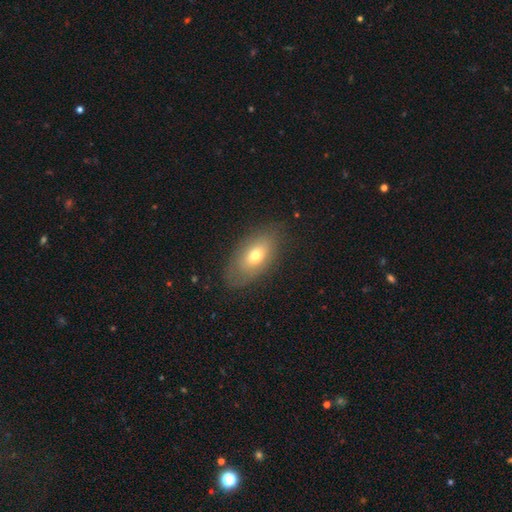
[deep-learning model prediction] smooth_or_featured: smooth (p=0.66) [alt: featured or disk p=0.25]
how_rounded: in between (p=0.89) [alt: round p=0.07]
merging: none (p=0.79) [alt: minor disturbance p=0.15]